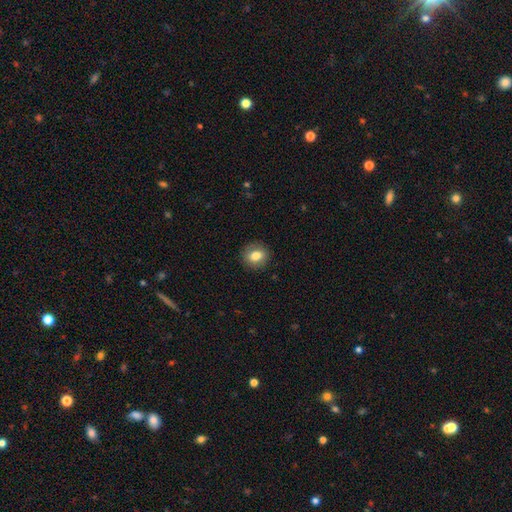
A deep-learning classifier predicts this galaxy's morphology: This appears to be a smooth galaxy with no disk features (78%) that is round (74%). Merging: none (88%).